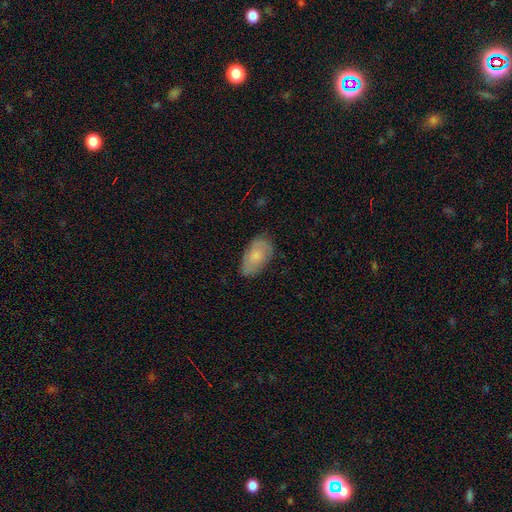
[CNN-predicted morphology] A smooth galaxy with no disk features (66%) that is in between round and cigar-shaped (93%).

Vote fractions:
- Smooth or featured? smooth: 66% / featured or disk: 27% / star or artifact: 7%
- How rounded? in between: 93% / round: 5% / cigar-shaped: 2%
- Merging? none: 74% / minor disturbance: 20% / major disturbance: 4% / merger: 1%